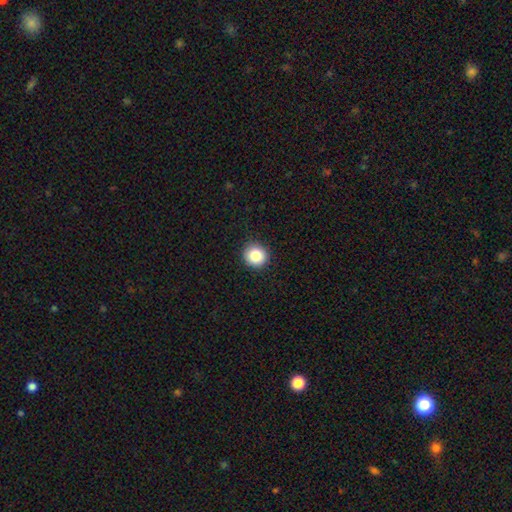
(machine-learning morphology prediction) Overall: smooth (85%). How rounded: round (92%). Merging: none (92%).